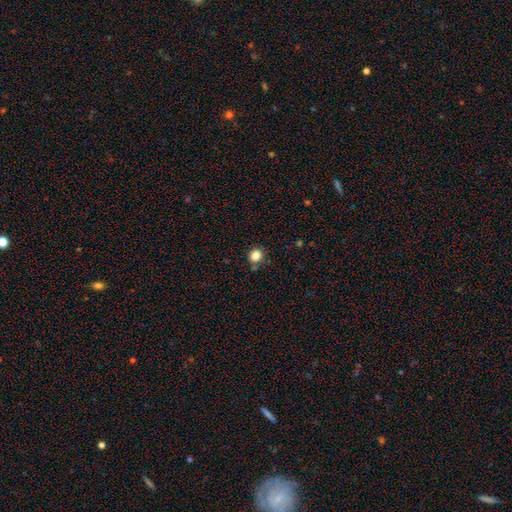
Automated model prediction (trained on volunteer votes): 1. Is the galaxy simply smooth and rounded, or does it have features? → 83% smooth, 12% star or artifact, 5% featured or disk.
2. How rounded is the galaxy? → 83% round, 16% in between, 1% cigar-shaped.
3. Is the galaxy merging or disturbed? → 78% none, 13% minor disturbance, 6% merger, 3% major disturbance.